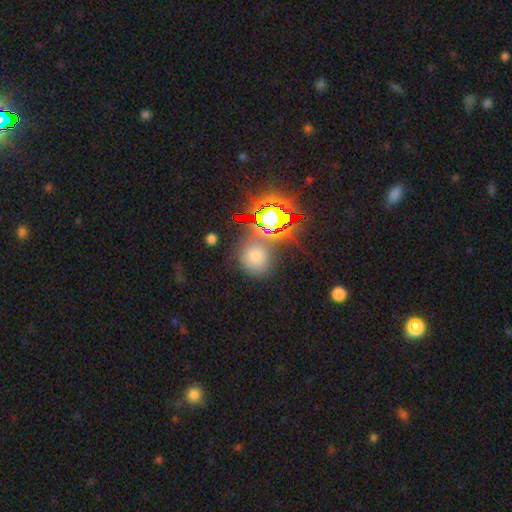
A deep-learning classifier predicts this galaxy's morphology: Smooth or featured? Predicted: smooth (p=0.56). How rounded? Predicted: round (p=0.80). Merging? Predicted: none (p=0.72).